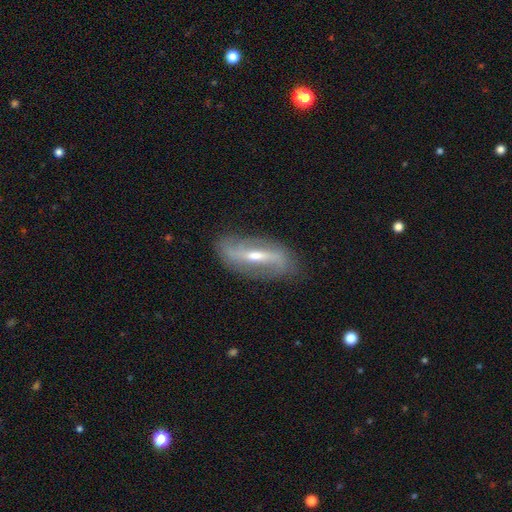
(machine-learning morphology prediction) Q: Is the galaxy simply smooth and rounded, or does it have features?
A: featured or disk — 80%.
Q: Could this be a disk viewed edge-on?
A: no — 76%.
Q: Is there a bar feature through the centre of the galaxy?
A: strong — 59%.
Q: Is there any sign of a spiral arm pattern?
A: yes — 79%.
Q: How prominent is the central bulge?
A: moderate — 56%.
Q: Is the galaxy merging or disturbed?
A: none — 81%.